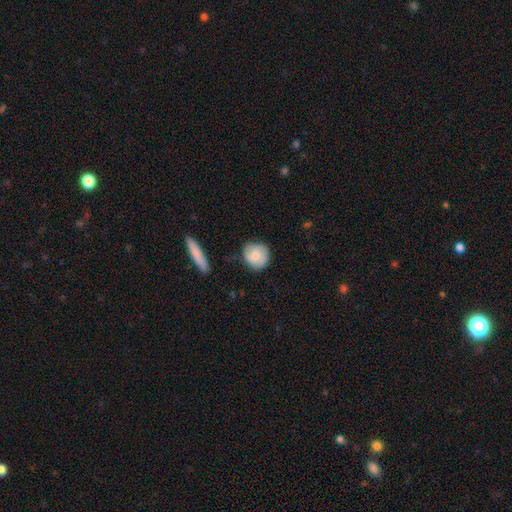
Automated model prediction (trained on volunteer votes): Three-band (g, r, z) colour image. It shows a smooth galaxy with no disk features (70%) that is round (87%). Merging: none (81%).